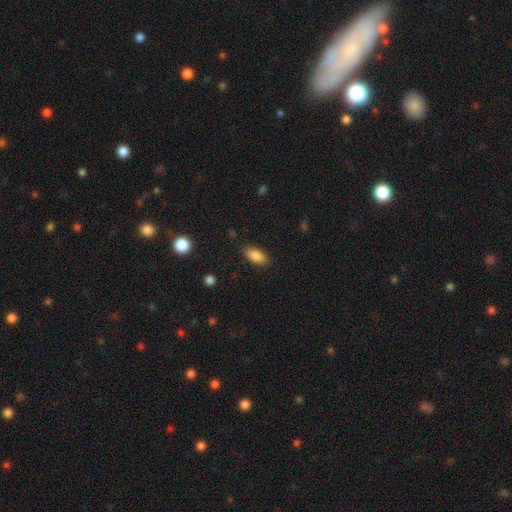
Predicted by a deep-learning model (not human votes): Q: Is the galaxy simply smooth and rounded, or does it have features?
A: smooth — 87%.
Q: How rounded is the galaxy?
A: in between — 89%.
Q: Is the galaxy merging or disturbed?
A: none — 86%.